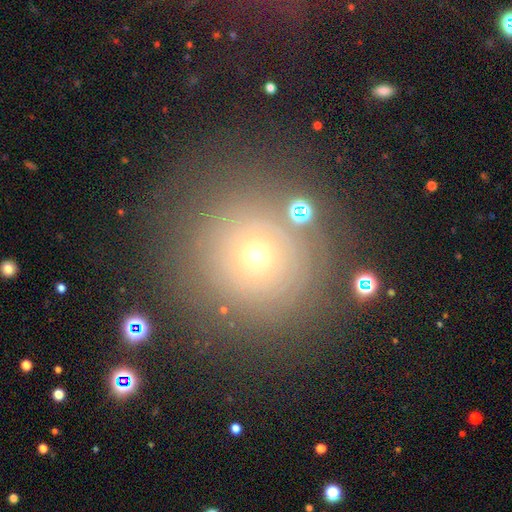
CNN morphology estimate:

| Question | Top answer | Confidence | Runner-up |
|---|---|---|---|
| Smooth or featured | smooth | 55% | star or artifact (25%) |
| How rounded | round | 94% | in between (5%) |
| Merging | none | 81% | minor disturbance (10%) |